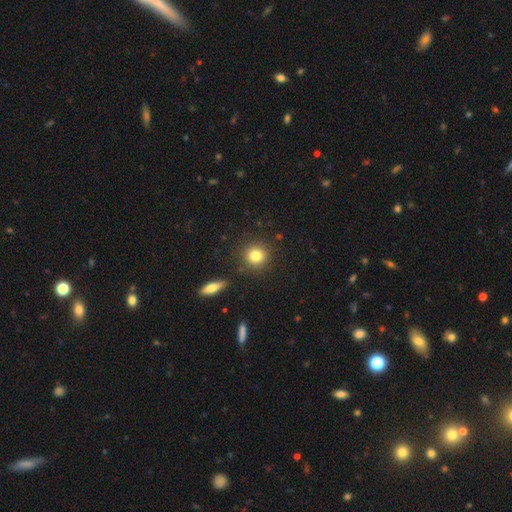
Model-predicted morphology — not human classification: Smooth or featured? Predicted: smooth (p=0.82). How rounded? Predicted: round (p=0.90). Merging? Predicted: none (p=0.87).